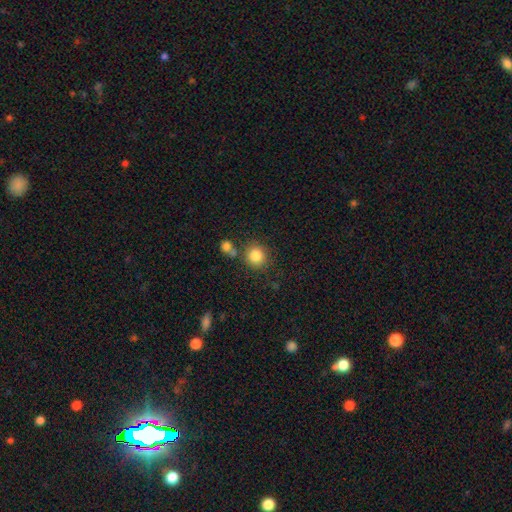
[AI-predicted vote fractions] Smooth or featured? Predicted: smooth (p=0.84). How rounded? Predicted: round (p=0.89). Merging? Predicted: none (p=0.75).